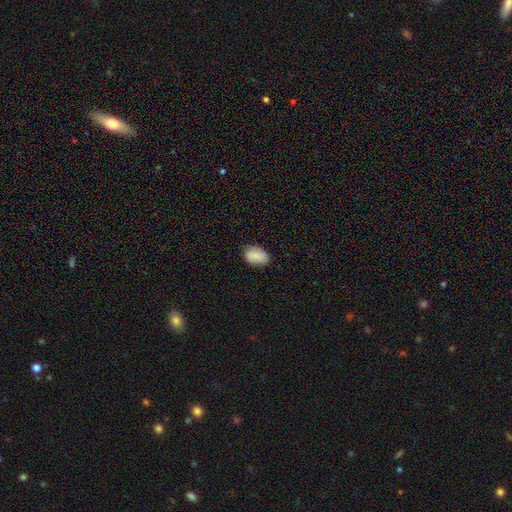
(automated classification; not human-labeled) smooth_or_featured: smooth (p=0.84) [alt: featured or disk p=0.09]
how_rounded: in between (p=0.85) [alt: round p=0.14]
merging: none (p=0.77) [alt: minor disturbance p=0.18]